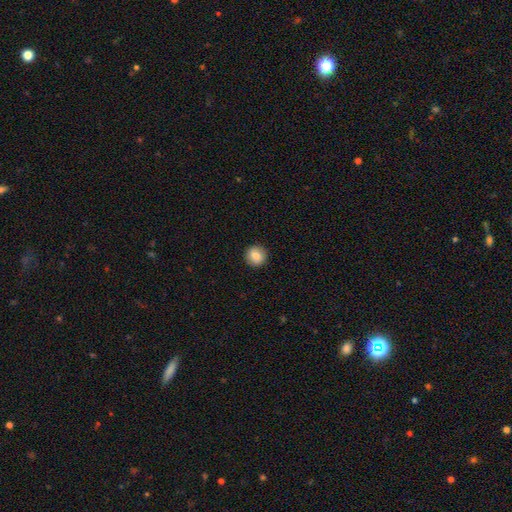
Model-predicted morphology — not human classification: Smooth or featured? Predicted: smooth (p=0.82). How rounded? Predicted: round (p=0.91). Merging? Predicted: none (p=0.91).